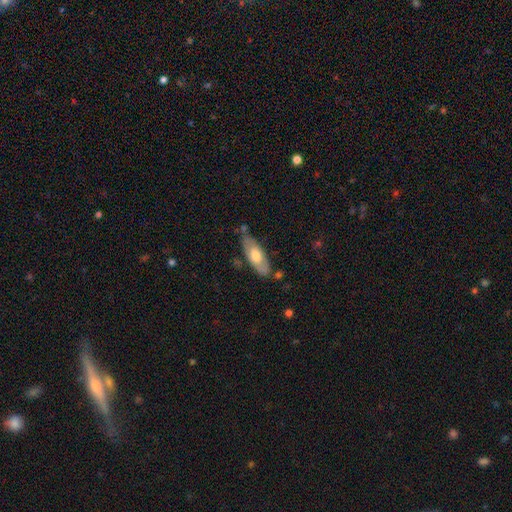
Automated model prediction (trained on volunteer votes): Q: Smooth or featured?
A: smooth (59%); runner-up: featured or disk (36%)
Q: How rounded?
A: in between (71%); runner-up: cigar-shaped (27%)
Q: Merging?
A: none (70%); runner-up: minor disturbance (20%)